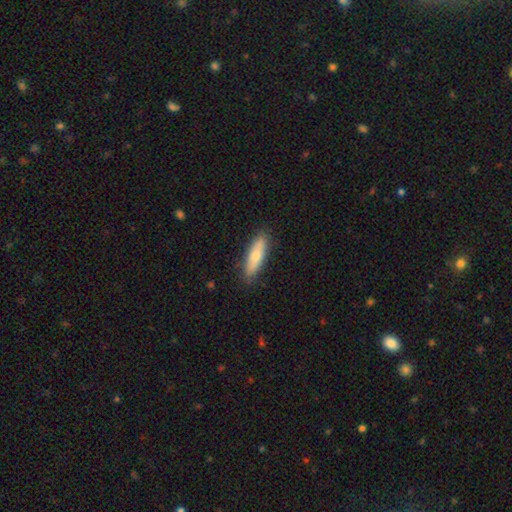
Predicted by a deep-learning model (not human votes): Smooth or featured: smooth — 69% (featured or disk — 25%)
How rounded: cigar-shaped — 60% (in between — 38%)
Merging: none — 85% (minor disturbance — 11%)